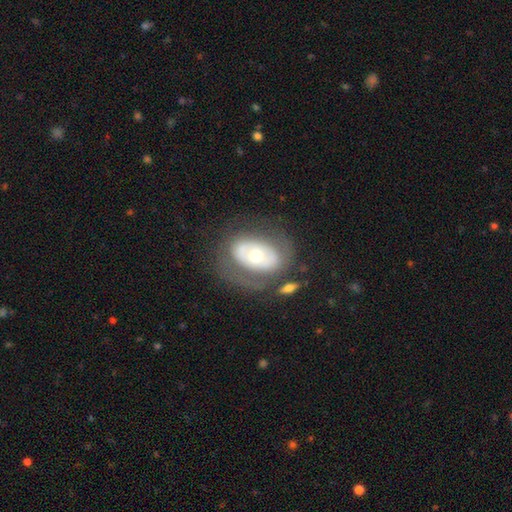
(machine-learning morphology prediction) type=featured or disk (56%); edge-on=no (93%); bar=no (81%); spiral arms=no (75%); bulge=moderate (69%); merging=none (62%).